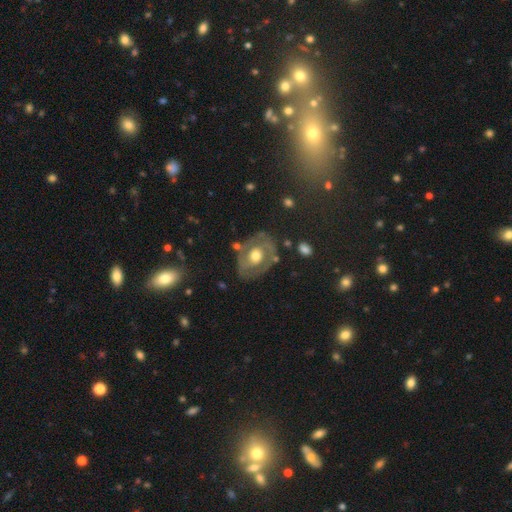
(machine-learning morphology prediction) smooth-or-featured: featured or disk: 63% | smooth: 30% | star or artifact: 7%
  disk-edge-on: no: 94% | yes: 6%
    bar: no: 77% | weak: 18% | strong: 6%
    has-spiral-arms: no: 58% | yes: 42%
    bulge-size: moderate: 69% | large: 19% | small: 9% | dominant: 1% | none: 1%
  merging: none: 66% | minor disturbance: 20% | major disturbance: 10% | merger: 4%